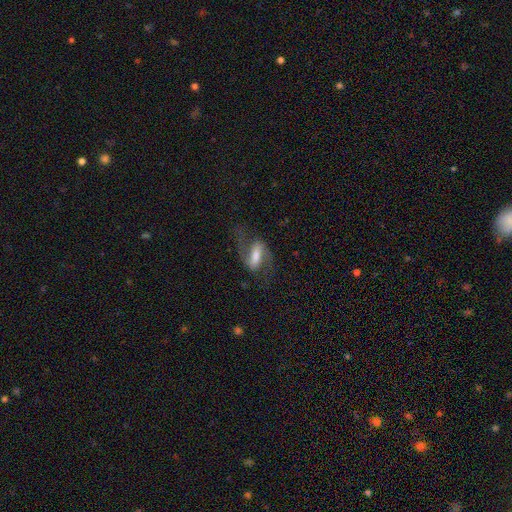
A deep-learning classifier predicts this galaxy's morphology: Smooth or featured? featured or disk (74%)
Edge-on disk? no (94%)
Bar? strong (50%)
Spiral arms? yes (92%)
Spiral winding? loose (54%)
Spiral arm count? 2 (91%)
Bulge size? moderate (44%)
Merging? none (65%)